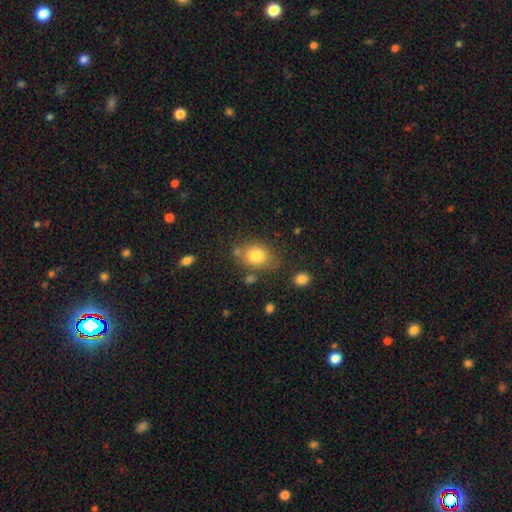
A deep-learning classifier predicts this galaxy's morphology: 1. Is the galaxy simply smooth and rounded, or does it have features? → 79% smooth, 11% featured or disk, 10% star or artifact.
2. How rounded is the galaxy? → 63% in between, 36% round, 1% cigar-shaped.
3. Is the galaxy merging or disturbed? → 67% none, 18% minor disturbance, 8% merger, 6% major disturbance.